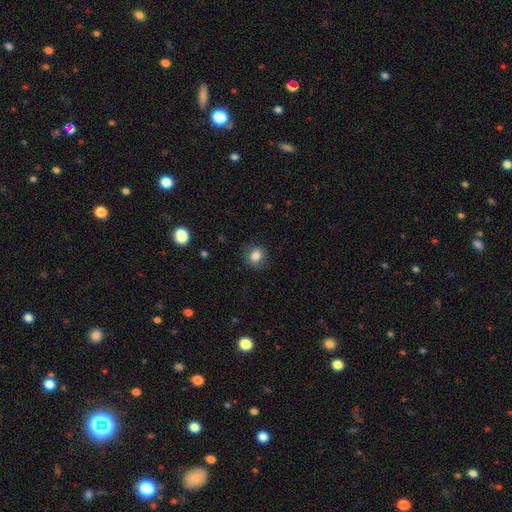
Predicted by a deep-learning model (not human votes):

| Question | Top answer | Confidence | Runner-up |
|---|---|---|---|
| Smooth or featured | smooth | 81% | star or artifact (10%) |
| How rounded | round | 66% | in between (33%) |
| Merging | none | 80% | minor disturbance (14%) |